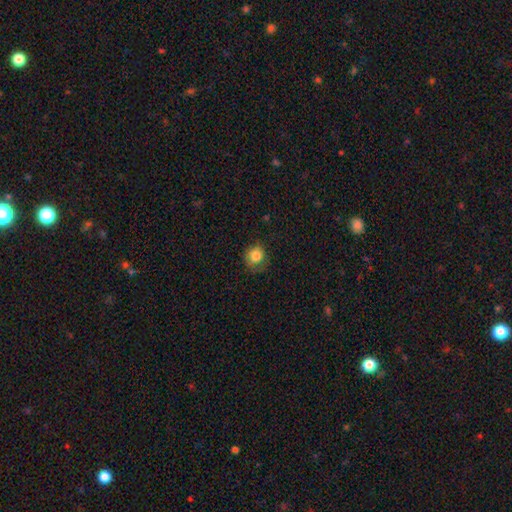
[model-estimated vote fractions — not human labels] Morphology: type=smooth (83%); roundness=round (80%); merging=none (65%).